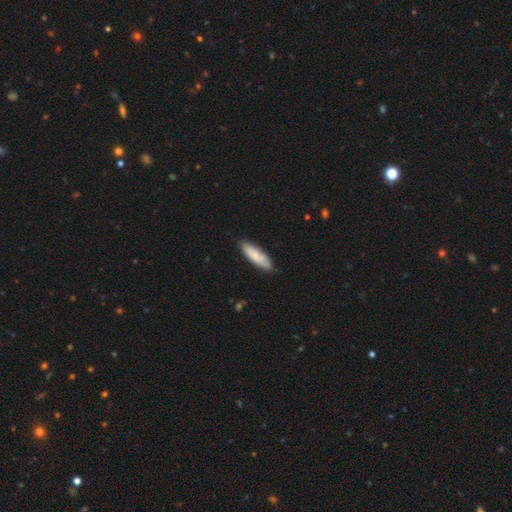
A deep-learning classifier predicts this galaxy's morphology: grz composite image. It shows a smooth galaxy with no disk features (71%) that is in between round and cigar-shaped (52%). Merging: none (77%).